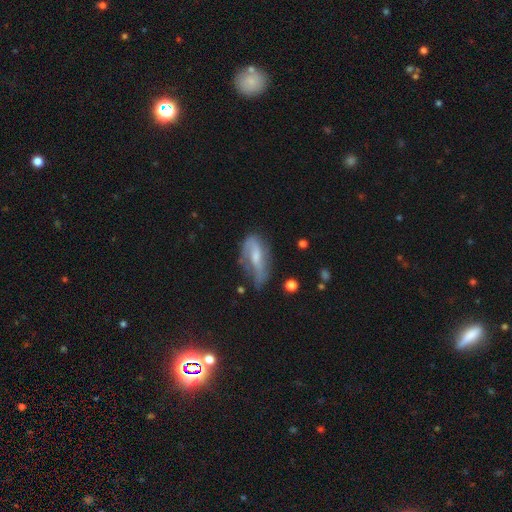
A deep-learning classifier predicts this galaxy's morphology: smooth-or-featured: featured or disk: 56% | smooth: 36% | star or artifact: 8%
  disk-edge-on: no: 86% | yes: 14%
  merging: none: 41% | minor disturbance: 33% | major disturbance: 22% | merger: 5%